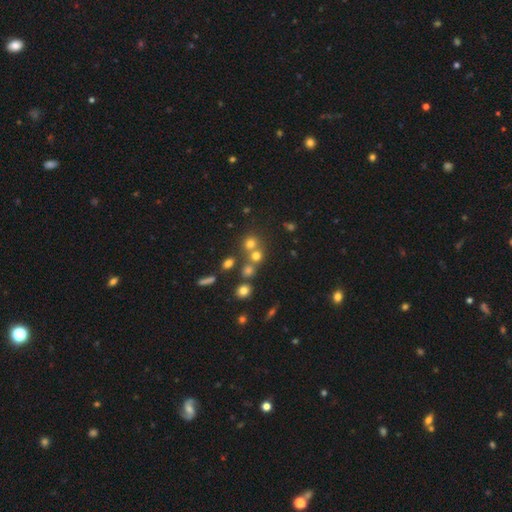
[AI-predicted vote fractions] This appears to be a smooth galaxy with no disk features (65%) that is round (85%). Merging: none (50%).